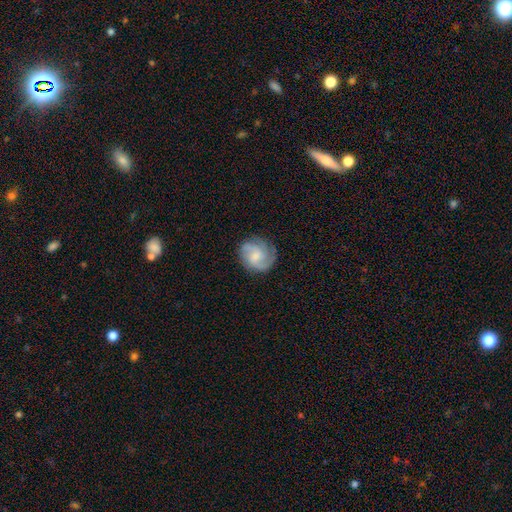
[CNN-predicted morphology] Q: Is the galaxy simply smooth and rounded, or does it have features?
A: featured or disk — 67%.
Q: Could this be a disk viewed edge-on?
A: no — 98%.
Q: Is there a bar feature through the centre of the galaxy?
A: no — 53%.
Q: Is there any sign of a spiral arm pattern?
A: yes — 94%.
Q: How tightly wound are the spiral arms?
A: medium — 45%.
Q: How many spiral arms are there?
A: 3 — 36%.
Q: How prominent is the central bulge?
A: moderate — 38%.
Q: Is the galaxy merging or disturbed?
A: none — 77%.